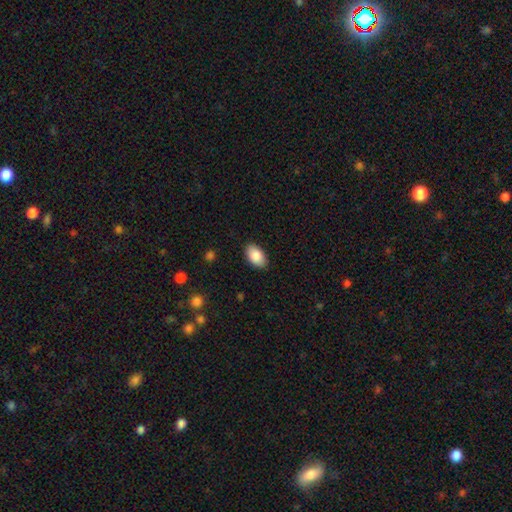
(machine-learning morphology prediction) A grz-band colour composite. It shows a smooth galaxy with no disk features (87%) that is in between round and cigar-shaped (93%). Merging: none (87%).